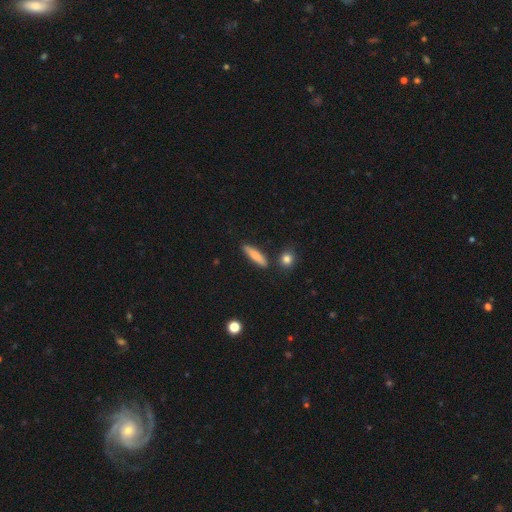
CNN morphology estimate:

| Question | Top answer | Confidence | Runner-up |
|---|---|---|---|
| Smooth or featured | smooth | 80% | featured or disk (14%) |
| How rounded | cigar-shaped | 76% | in between (21%) |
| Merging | none | 84% | minor disturbance (10%) |